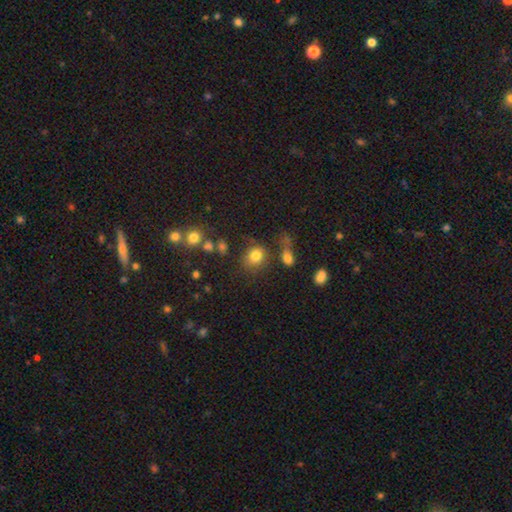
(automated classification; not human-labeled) Smooth or featured?
  - smooth: 80% *
  - star or artifact: 12%
  - featured or disk: 8%
How rounded?
  - round: 62% *
  - in between: 37%
  - cigar-shaped: 1%
Merging?
  - none: 63% *
  - minor disturbance: 17%
  - merger: 11%
  - major disturbance: 9%